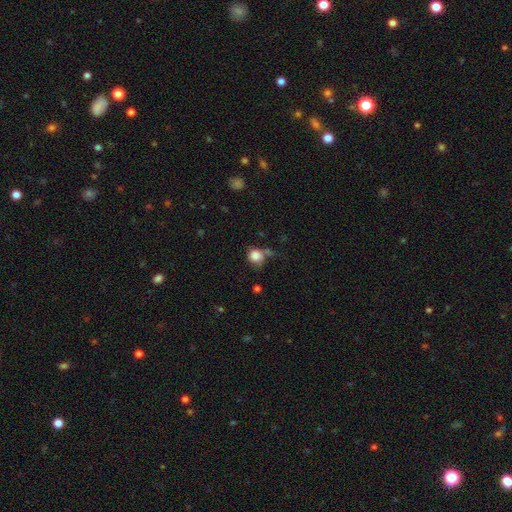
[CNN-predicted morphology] Smooth or featured?
  - smooth: 83% *
  - star or artifact: 10%
  - featured or disk: 7%
How rounded?
  - round: 81% *
  - in between: 17%
  - cigar-shaped: 1%
Merging?
  - none: 49% *
  - minor disturbance: 24%
  - merger: 14%
  - major disturbance: 13%